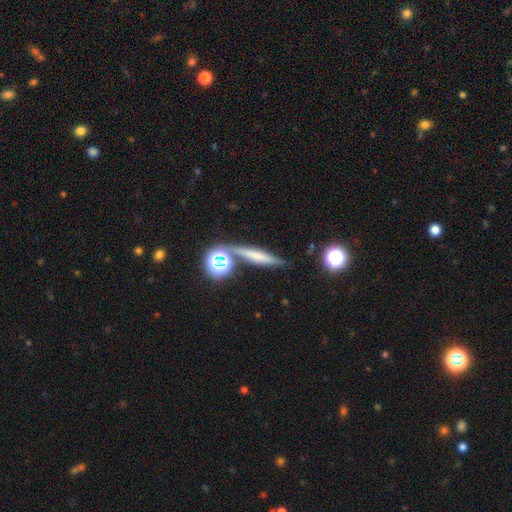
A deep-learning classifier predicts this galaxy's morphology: This is possibly a smooth galaxy (51%). How rounded: likely cigar-shaped (75%). Merging: likely none (72%).